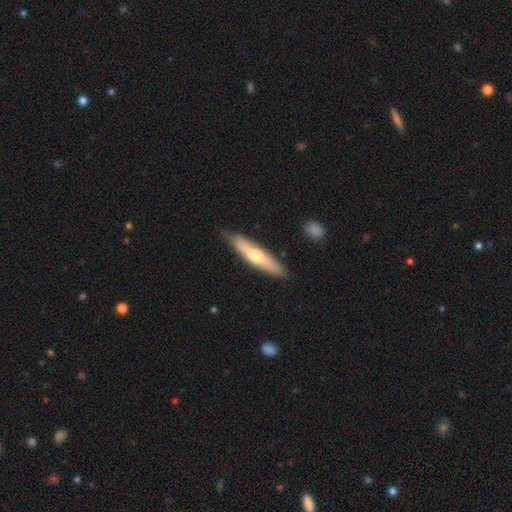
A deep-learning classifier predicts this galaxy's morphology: A smooth galaxy with no disk features (57%) that is cigar-shaped (79%). Merging: none (80%).